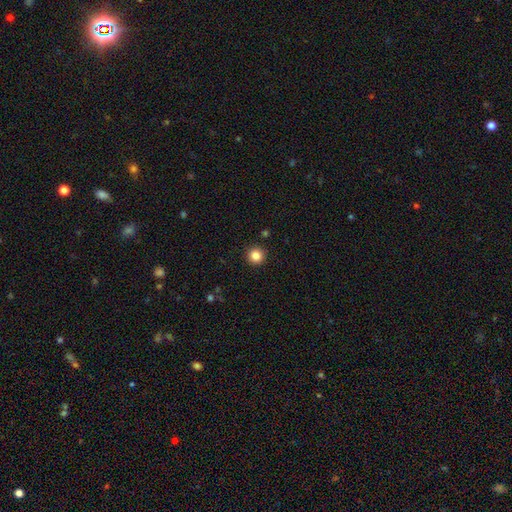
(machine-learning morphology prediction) Smooth or featured: smooth — 84% (star or artifact — 11%)
How rounded: round — 96% (in between — 3%)
Merging: none — 93% (minor disturbance — 4%)